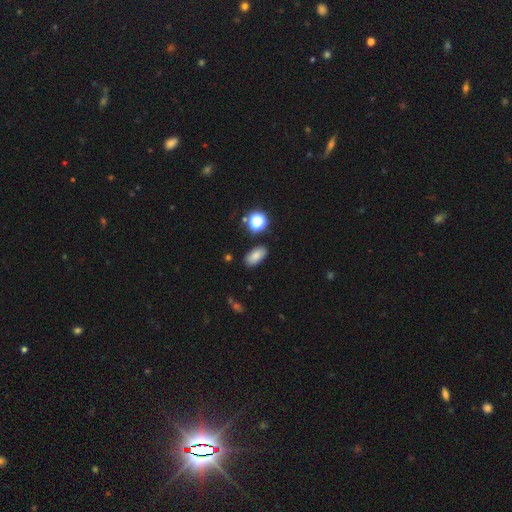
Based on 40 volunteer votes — Morphology: type=smooth (92%); roundness=in between (73%); merging=none (89%).